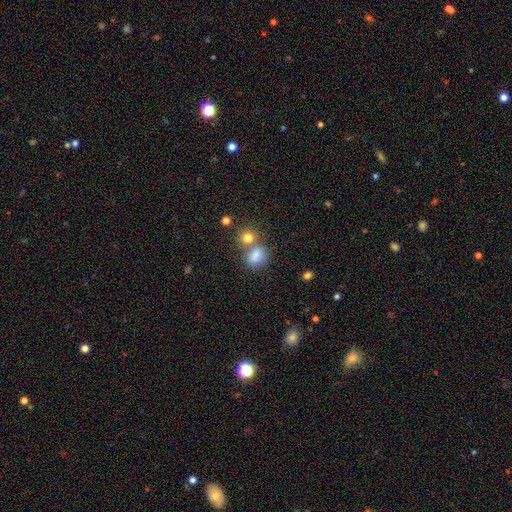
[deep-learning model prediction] Smooth or featured? smooth (79%)
How rounded? in between (51%)
Merging? none (44%)